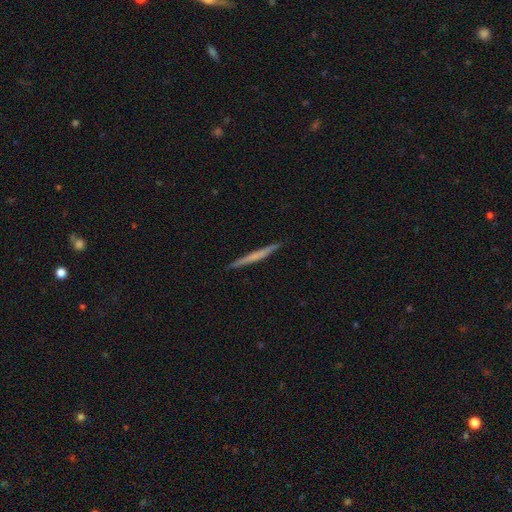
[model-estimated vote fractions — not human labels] A featured or disk galaxy (48%).

Vote fractions:
- Smooth or featured? featured or disk: 48% / smooth: 47% / star or artifact: 5%
- Merging? none: 92% / minor disturbance: 6% / major disturbance: 1% / merger: 1%